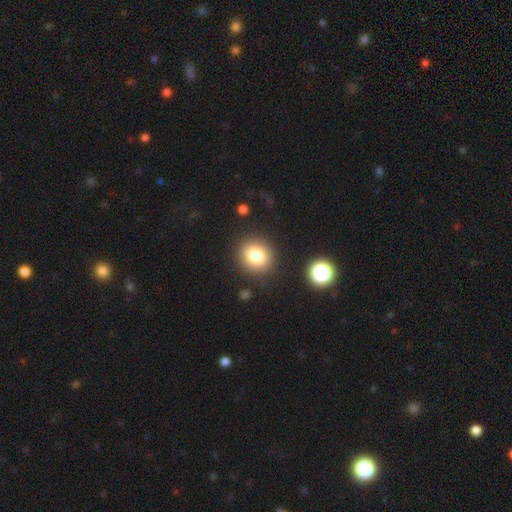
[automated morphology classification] The model was most divided on "how rounded": round: 77%, in between: 22%, cigar-shaped: 1%. More confident: merging — none (88%); smooth or featured — smooth (80%).